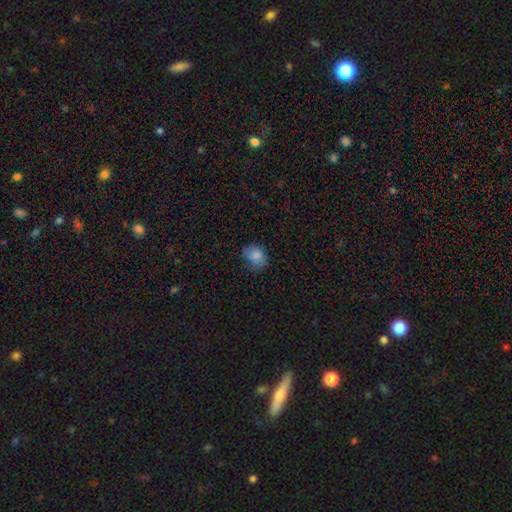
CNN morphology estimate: type=smooth (81%); roundness=round (53%); merging=none (68%).